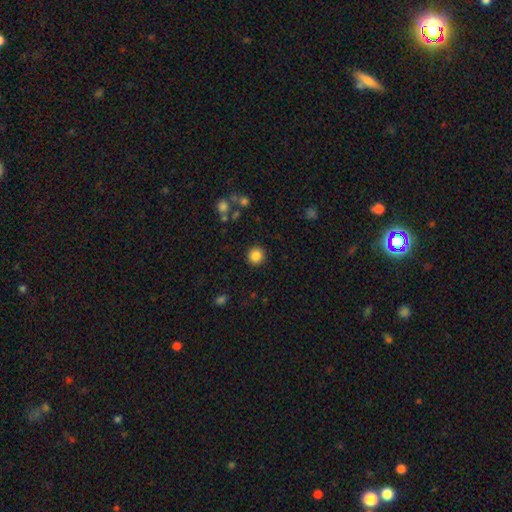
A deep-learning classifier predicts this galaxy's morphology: Smooth or featured? smooth (85%)
How rounded? round (94%)
Merging? none (91%)